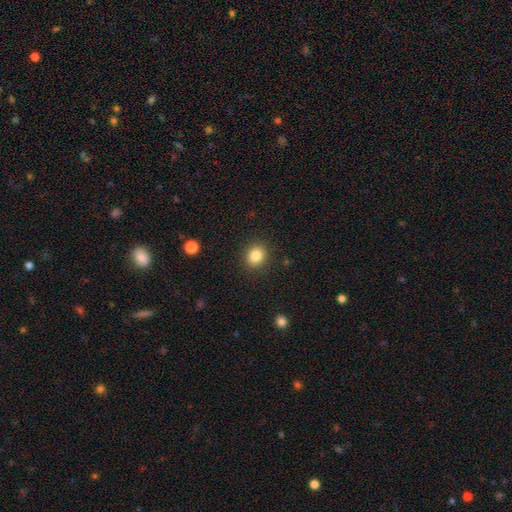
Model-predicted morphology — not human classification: smooth-or-featured: smooth: 84% | star or artifact: 11% | featured or disk: 5%
  how-rounded: round: 76% | in between: 23% | cigar-shaped: 1%
  merging: none: 90% | minor disturbance: 7% | major disturbance: 2% | merger: 1%